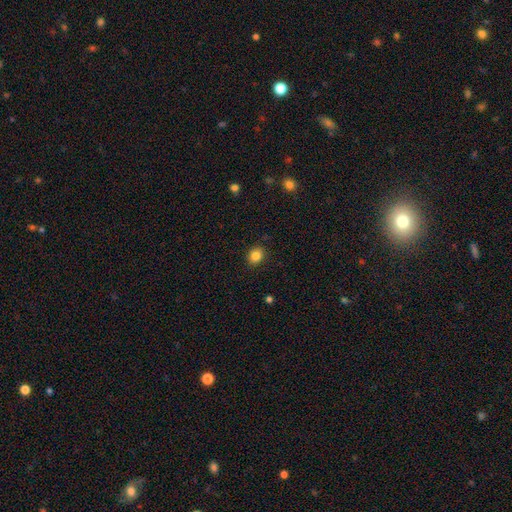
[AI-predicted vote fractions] A smooth galaxy with no disk features (84%) that is round (64%).

Vote fractions:
- Smooth or featured? smooth: 84% / star or artifact: 11% / featured or disk: 5%
- How rounded? round: 64% / in between: 35% / cigar-shaped: 1%
- Merging? none: 88% / minor disturbance: 8% / major disturbance: 2% / merger: 1%